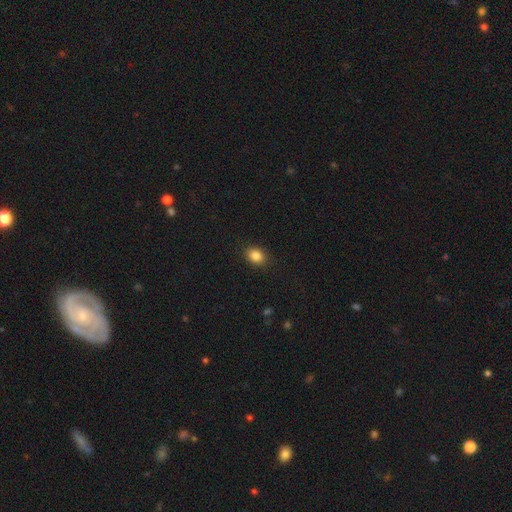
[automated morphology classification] smooth 86%, star or artifact 10%, featured or disk 4%. Down the decision tree: how rounded — in between (65%); merging — none (88%).